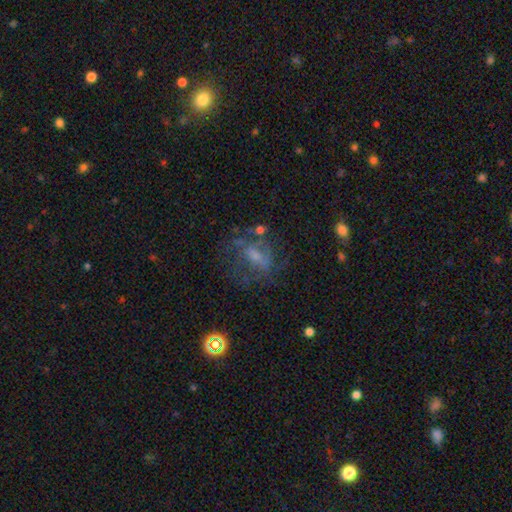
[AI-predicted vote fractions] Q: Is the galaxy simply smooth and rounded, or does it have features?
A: featured or disk — 52%.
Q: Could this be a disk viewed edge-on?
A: no — 94%.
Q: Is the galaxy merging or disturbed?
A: none — 51%.